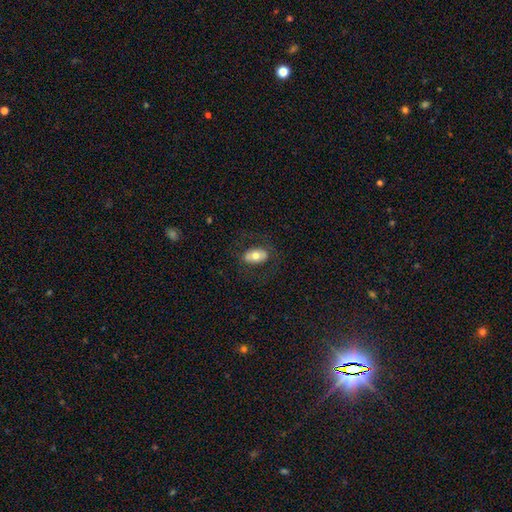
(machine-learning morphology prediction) This appears to be a smooth galaxy with no disk features (66%) that is in between round and cigar-shaped (91%). Merging: none (78%).